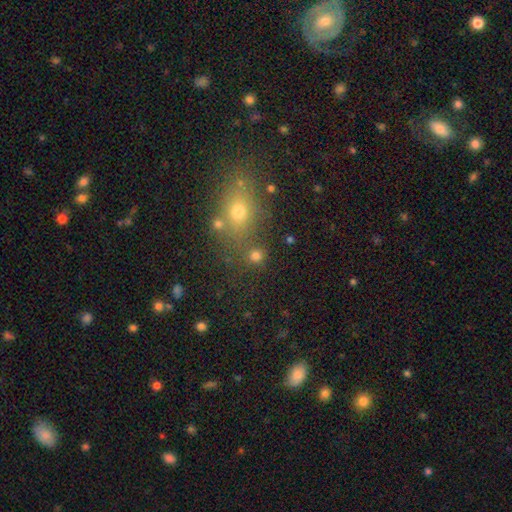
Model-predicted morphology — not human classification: A smooth galaxy with no disk features (76%) that is round (88%). Merging: none (74%).